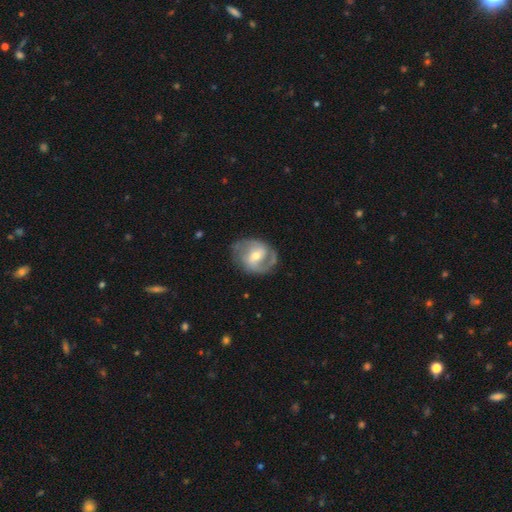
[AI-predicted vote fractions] Q: Smooth or featured?
A: featured or disk (77%); runner-up: smooth (17%)
Q: Edge-on disk?
A: no (97%); runner-up: yes (3%)
Q: Bar?
A: weak (46%); runner-up: no (33%)
Q: Spiral arms?
A: yes (88%); runner-up: no (12%)
Q: Spiral winding?
A: medium (48%); runner-up: tight (32%)
Q: Spiral arm count?
A: 2 (79%); runner-up: can't tell (9%)
Q: Bulge size?
A: moderate (60%); runner-up: small (34%)
Q: Merging?
A: none (72%); runner-up: minor disturbance (18%)